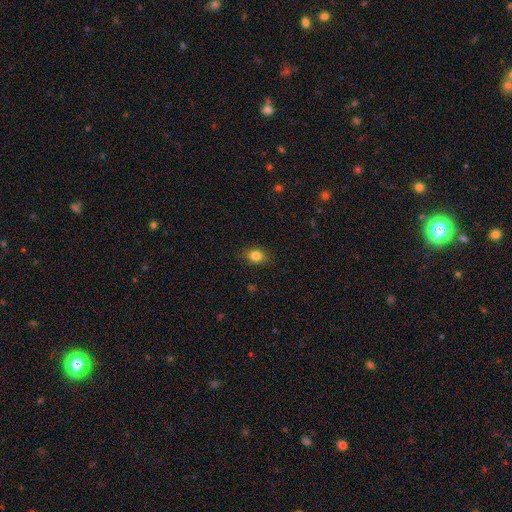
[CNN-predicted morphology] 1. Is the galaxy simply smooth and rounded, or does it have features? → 84% smooth, 10% star or artifact, 6% featured or disk.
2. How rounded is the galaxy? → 56% in between, 43% round, 1% cigar-shaped.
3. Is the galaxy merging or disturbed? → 85% none, 11% minor disturbance, 3% major disturbance, 1% merger.